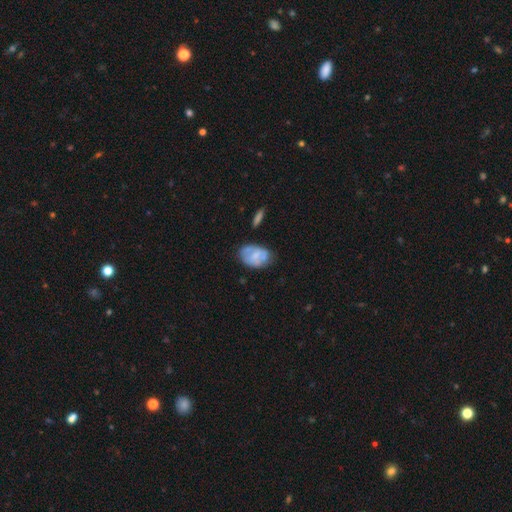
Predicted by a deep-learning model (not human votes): A smooth galaxy with no disk features (52%) that is in between round and cigar-shaped (84%). Merging: none (56%).